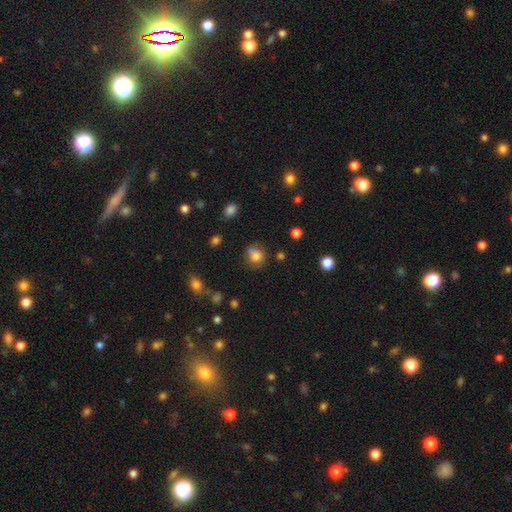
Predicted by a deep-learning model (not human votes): Smooth or featured? Predicted: smooth (p=0.79). How rounded? Predicted: round (p=0.59). Merging? Predicted: none (p=0.56).